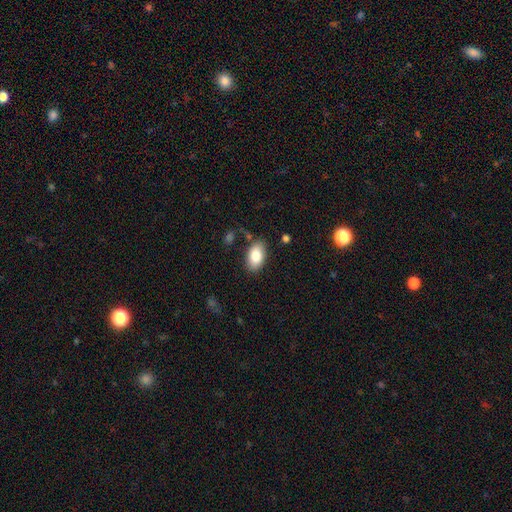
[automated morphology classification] smooth_or_featured: smooth (p=0.83) [alt: featured or disk p=0.10]
how_rounded: in between (p=0.93) [alt: round p=0.06]
merging: none (p=0.82) [alt: minor disturbance p=0.12]